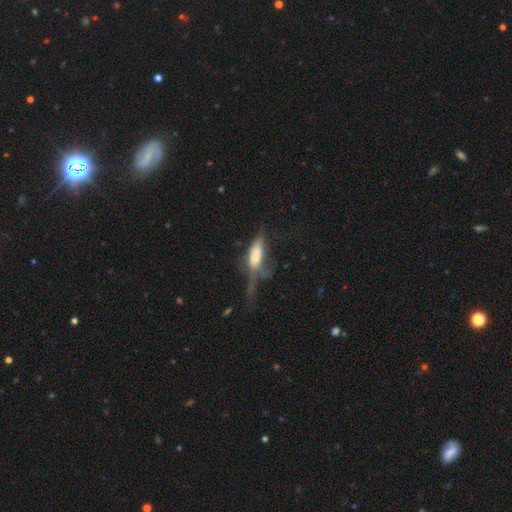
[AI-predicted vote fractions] Smooth or featured? Predicted: smooth (p=0.61). How rounded? Predicted: in between (p=0.68). Merging? Predicted: major disturbance (p=0.55).